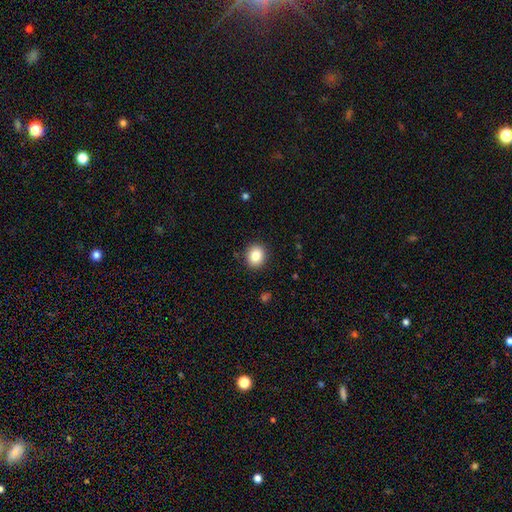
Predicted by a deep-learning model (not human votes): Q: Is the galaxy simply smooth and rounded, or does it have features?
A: smooth — 86%.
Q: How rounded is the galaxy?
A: round — 72%.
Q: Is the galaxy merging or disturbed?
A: none — 90%.